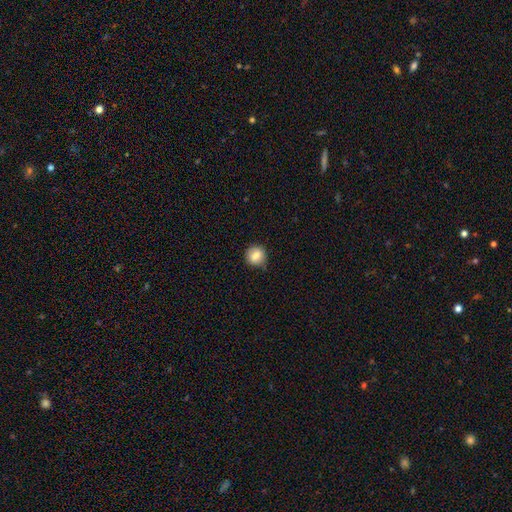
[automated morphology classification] Smooth or featured?
  - smooth: 81% *
  - featured or disk: 10%
  - star or artifact: 9%
How rounded?
  - round: 84% *
  - in between: 15%
  - cigar-shaped: 1%
Merging?
  - none: 82% *
  - minor disturbance: 14%
  - major disturbance: 3%
  - merger: 1%